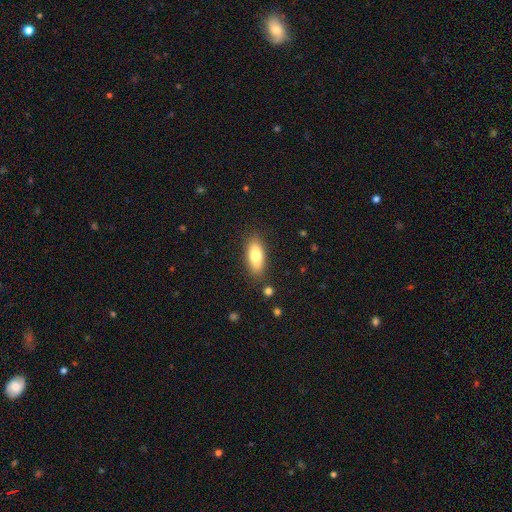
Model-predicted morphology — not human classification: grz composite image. It shows a smooth galaxy with no disk features (78%) that is in between round and cigar-shaped (79%). Merging: none (84%).